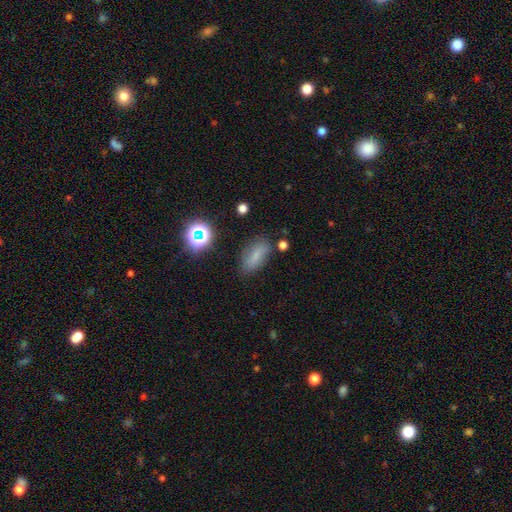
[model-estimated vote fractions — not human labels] Q: Smooth or featured?
A: smooth (68%); runner-up: star or artifact (16%)
Q: How rounded?
A: in between (82%); runner-up: cigar-shaped (11%)
Q: Merging?
A: none (73%); runner-up: minor disturbance (18%)